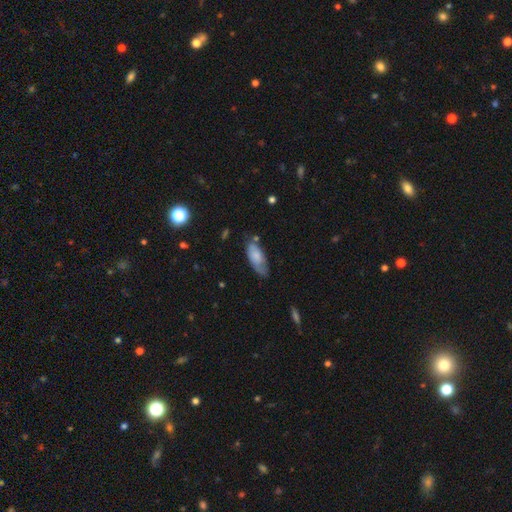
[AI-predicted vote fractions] Q: Smooth or featured?
A: smooth (68%); runner-up: featured or disk (26%)
Q: How rounded?
A: in between (83%); runner-up: cigar-shaped (15%)
Q: Merging?
A: none (55%); runner-up: minor disturbance (31%)